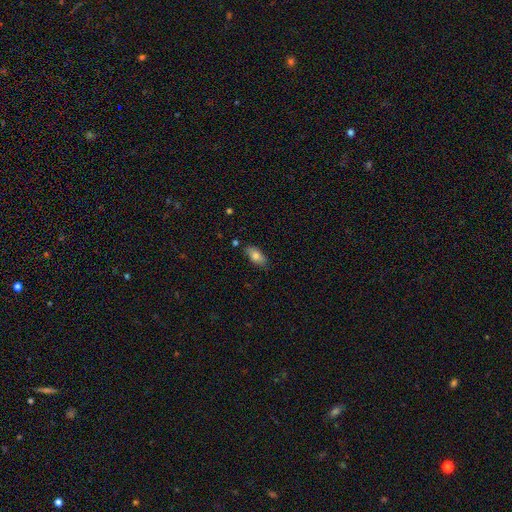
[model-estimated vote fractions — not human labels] Smooth or featured?
  - smooth: 78% *
  - featured or disk: 14%
  - star or artifact: 8%
How rounded?
  - in between: 86% *
  - cigar-shaped: 10%
  - round: 3%
Merging?
  - none: 79% *
  - minor disturbance: 15%
  - major disturbance: 3%
  - merger: 3%